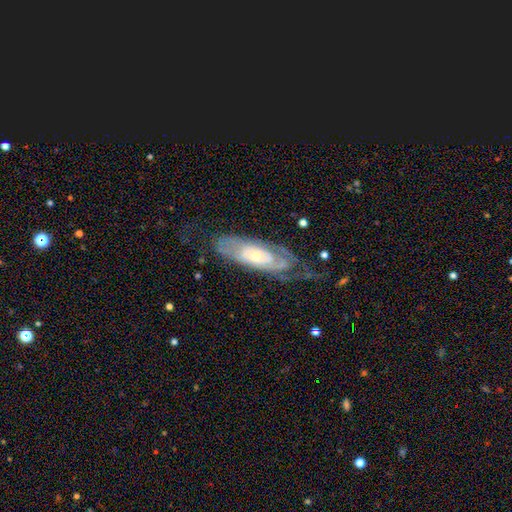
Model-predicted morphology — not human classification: Smooth or featured? Predicted: featured or disk (p=0.74). Edge-on disk? Predicted: no (p=0.83). Bar? Predicted: no (p=0.72). Spiral arms? Predicted: yes (p=0.79). Bulge size? Predicted: small (p=0.48). Merging? Predicted: none (p=0.52).